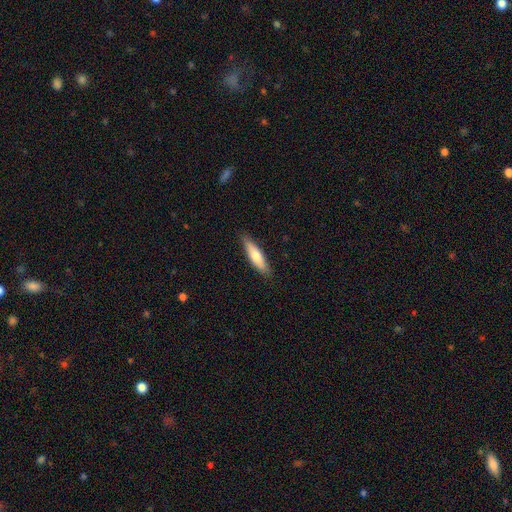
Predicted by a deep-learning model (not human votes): smooth 68%, featured or disk 27%, star or artifact 5%. Down the decision tree: how rounded — cigar-shaped (70%); merging — none (87%).